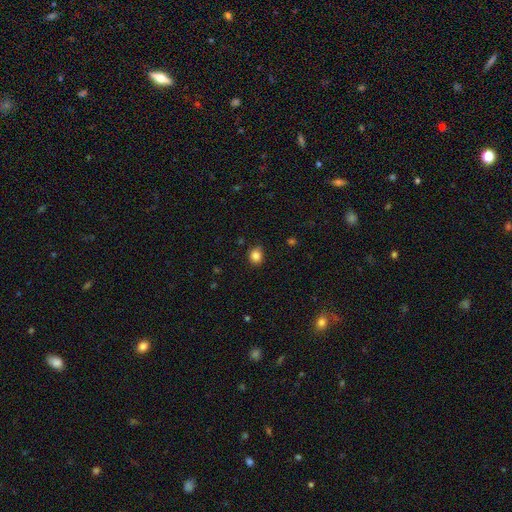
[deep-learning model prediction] A smooth galaxy with no disk features (85%) that is round (68%).

Vote fractions:
- Smooth or featured? smooth: 85% / star or artifact: 11% / featured or disk: 4%
- How rounded? round: 68% / in between: 31% / cigar-shaped: 1%
- Merging? none: 85% / minor disturbance: 12% / major disturbance: 2% / merger: 1%